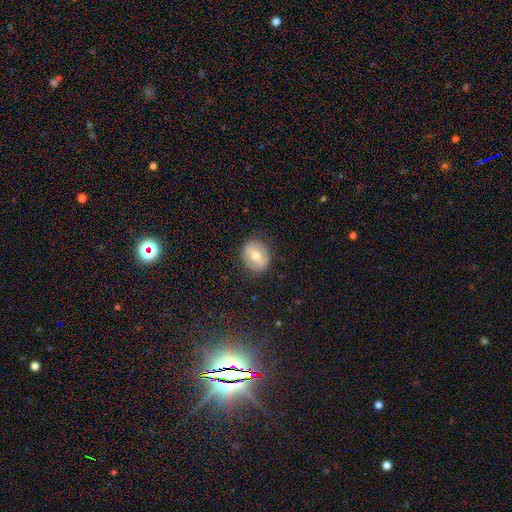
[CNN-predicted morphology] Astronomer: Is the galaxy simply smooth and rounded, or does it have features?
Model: smooth — 52% (runner-up: featured or disk, 40%).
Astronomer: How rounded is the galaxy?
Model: round — 61% (runner-up: in between, 38%).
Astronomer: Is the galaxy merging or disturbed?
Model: none — 85%.